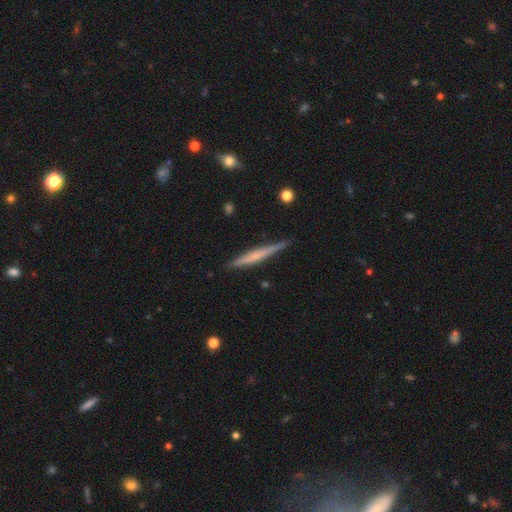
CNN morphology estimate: The model was most divided on "smooth or featured": featured or disk: 55%, smooth: 39%, star or artifact: 6%. More confident: edge-on disk — yes (97%); merging — none (87%); edge-on bulge — none (56%).